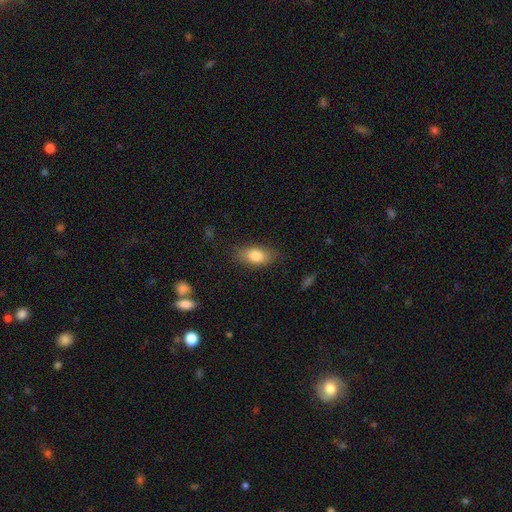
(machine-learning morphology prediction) Overall: smooth (81%). How rounded: in between (86%). Merging: none (79%).